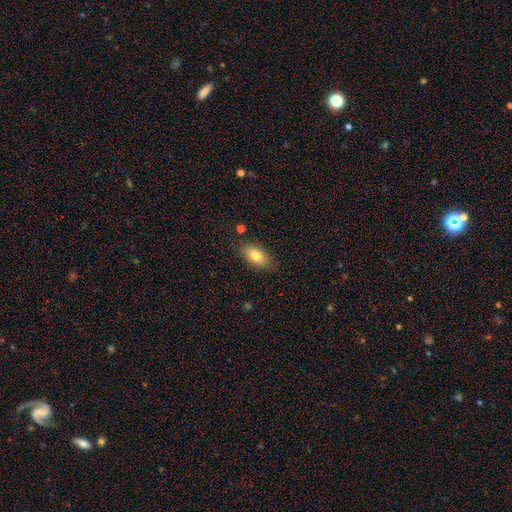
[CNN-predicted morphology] Smooth or featured? Predicted: smooth (p=0.79). How rounded? Predicted: in between (p=0.89). Merging? Predicted: none (p=0.83).